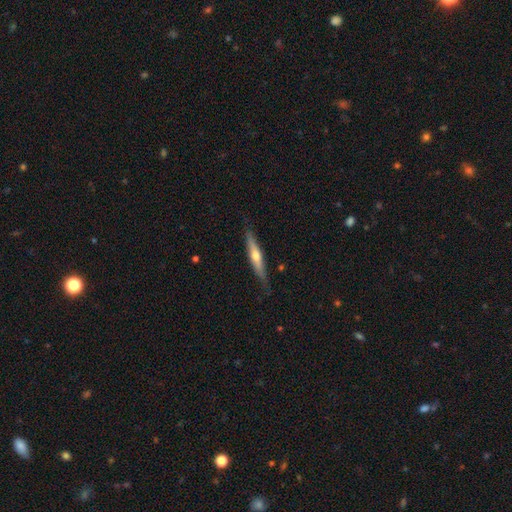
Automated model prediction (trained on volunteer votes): smooth_or_featured: featured or disk (p=0.56) [alt: smooth p=0.39]
disk_edge_on: yes (p=0.94) [alt: no p=0.06]
edge_on_bulge: rounded (p=0.85) [alt: none p=0.11]
merging: none (p=0.81) [alt: minor disturbance p=0.15]